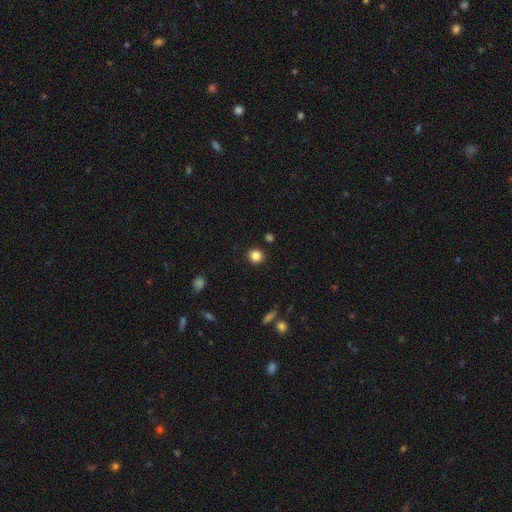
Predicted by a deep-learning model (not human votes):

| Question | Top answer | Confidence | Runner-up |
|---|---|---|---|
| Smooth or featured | smooth | 85% | star or artifact (11%) |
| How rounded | round | 91% | in between (8%) |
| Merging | none | 90% | minor disturbance (6%) |